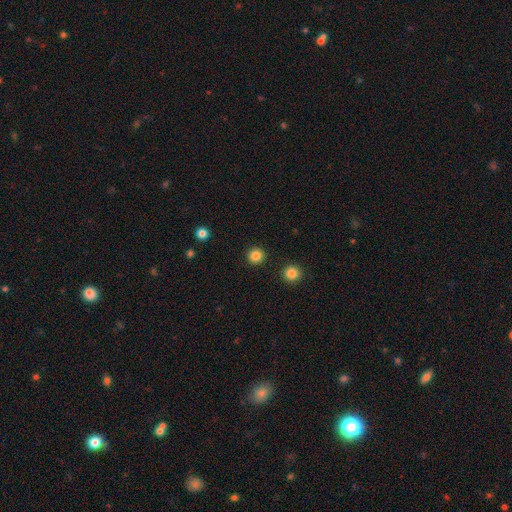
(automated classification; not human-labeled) Smooth or featured: smooth — 85% (star or artifact — 12%)
How rounded: round — 95% (in between — 4%)
Merging: none — 93% (minor disturbance — 4%)